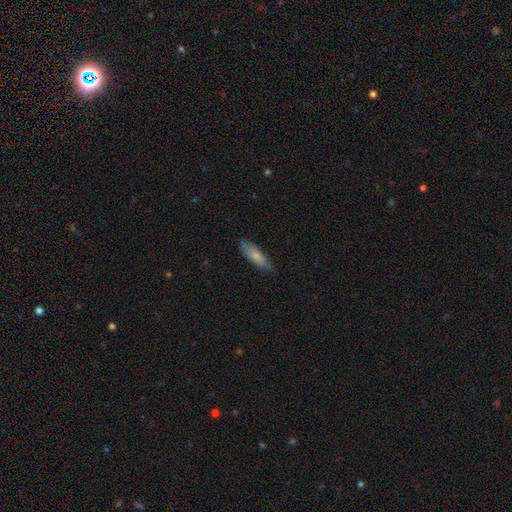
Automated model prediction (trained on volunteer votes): A smooth galaxy with no disk features (76%) that is cigar-shaped (52%).

Vote fractions:
- Smooth or featured? smooth: 76% / featured or disk: 19% / star or artifact: 6%
- How rounded? cigar-shaped: 52% / in between: 46% / round: 2%
- Merging? none: 79% / minor disturbance: 17% / major disturbance: 3% / merger: 1%